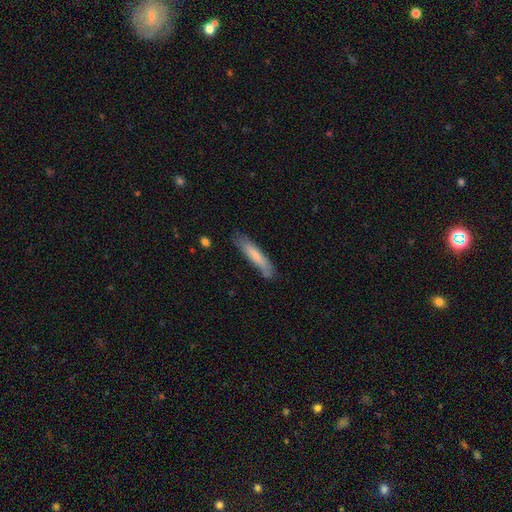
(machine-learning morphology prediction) smooth 73%, featured or disk 21%, star or artifact 6%. Down the decision tree: how rounded — cigar-shaped (88%); merging — none (76%).